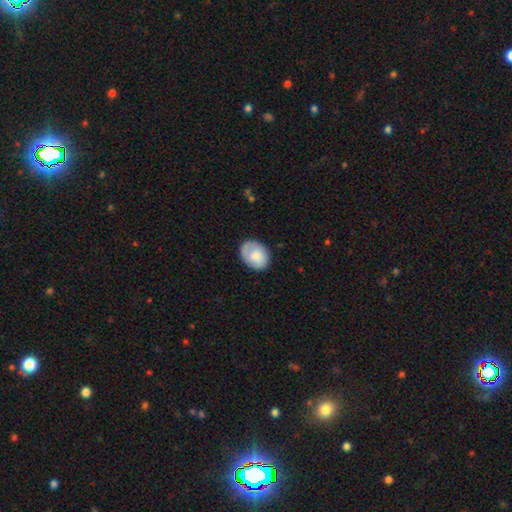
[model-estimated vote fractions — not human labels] The model was most divided on "how rounded": in between: 69%, round: 30%, cigar-shaped: 1%. More confident: smooth or featured — smooth (76%); merging — none (75%).